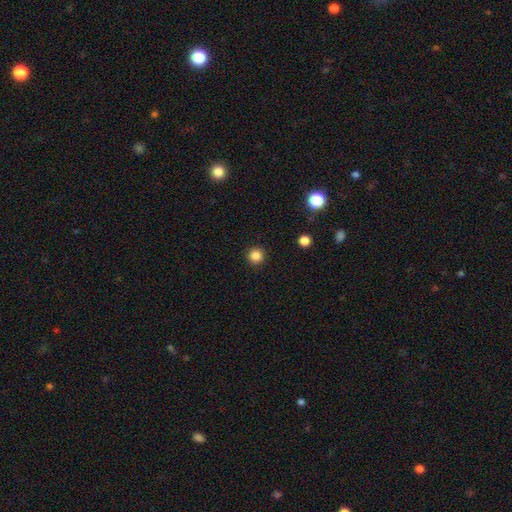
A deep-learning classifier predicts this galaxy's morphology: A smooth galaxy with no disk features (84%) that is round (95%). Merging: none (92%).